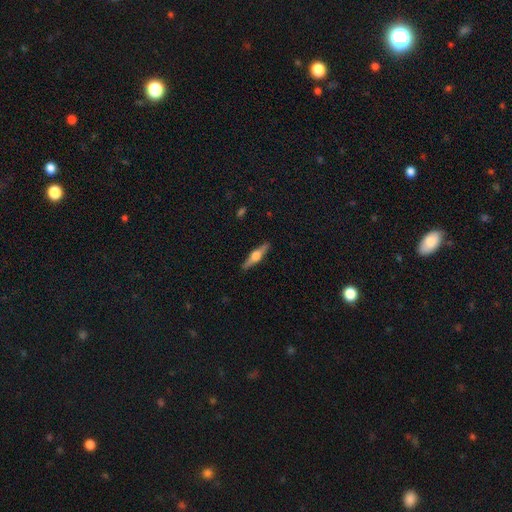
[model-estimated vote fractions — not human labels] Overall: featured or disk (71%). Edge-on disk: yes (97%). Edge-on bulge: rounded (93%). Merging: none (90%).